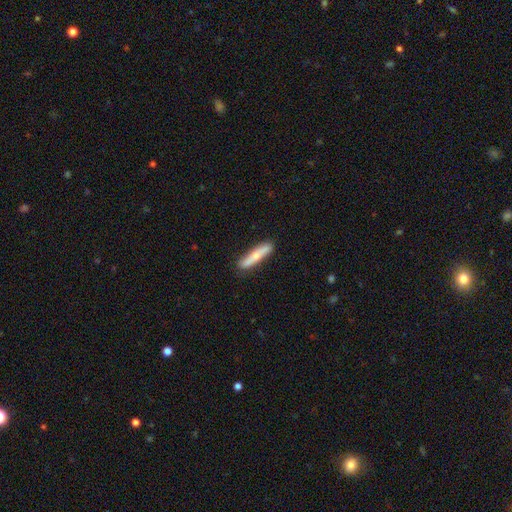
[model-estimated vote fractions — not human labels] Q: Smooth or featured?
A: smooth (57%); runner-up: featured or disk (37%)
Q: How rounded?
A: cigar-shaped (87%); runner-up: in between (11%)
Q: Merging?
A: none (86%); runner-up: minor disturbance (11%)